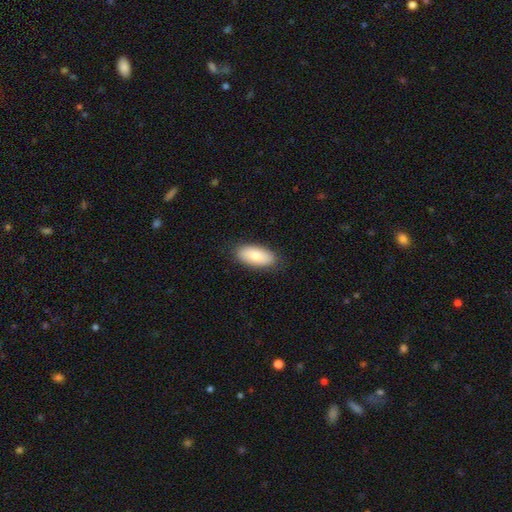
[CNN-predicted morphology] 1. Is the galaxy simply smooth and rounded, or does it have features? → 77% smooth, 16% featured or disk, 6% star or artifact.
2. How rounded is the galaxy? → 91% in between, 6% cigar-shaped, 3% round.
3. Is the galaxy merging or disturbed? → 86% none, 11% minor disturbance, 2% major disturbance, 1% merger.